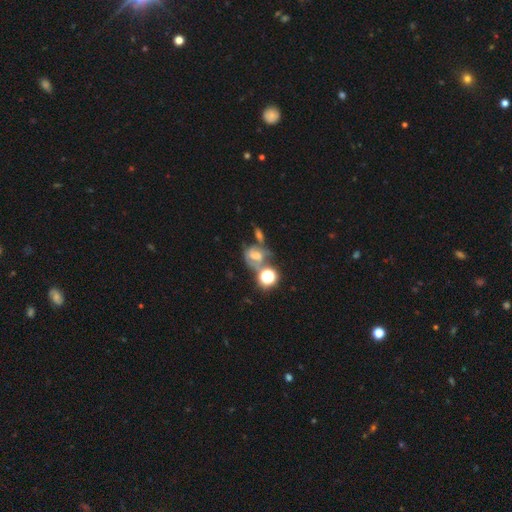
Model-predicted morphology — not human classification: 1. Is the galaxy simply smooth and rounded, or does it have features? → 38% featured or disk, 32% star or artifact, 31% smooth.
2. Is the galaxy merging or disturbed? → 36% none, 34% merger, 16% major disturbance, 15% minor disturbance.